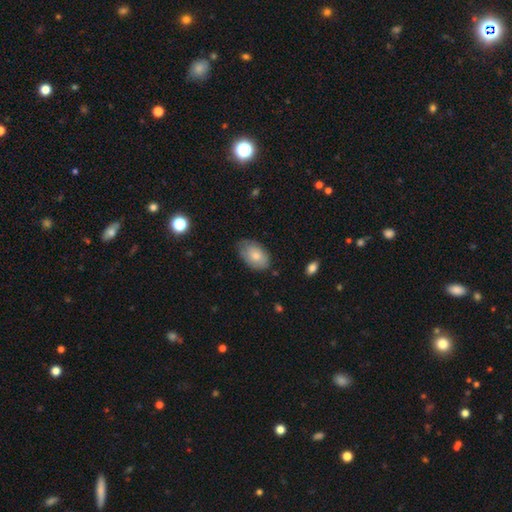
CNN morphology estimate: Q: Smooth or featured?
A: smooth (74%); runner-up: featured or disk (19%)
Q: How rounded?
A: in between (90%); runner-up: round (9%)
Q: Merging?
A: none (65%); runner-up: minor disturbance (28%)